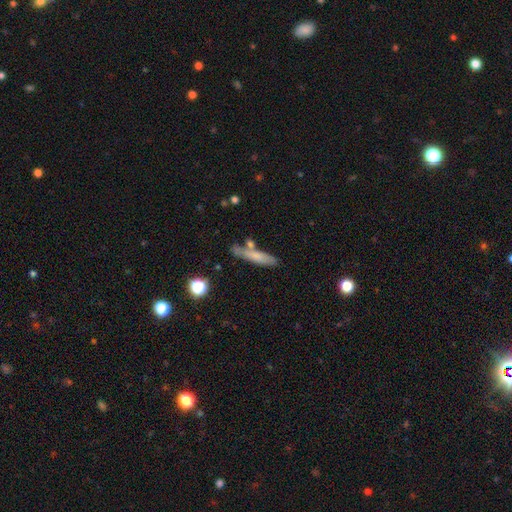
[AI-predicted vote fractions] Overall: smooth (67%). How rounded: cigar-shaped (83%). Merging: none (64%).